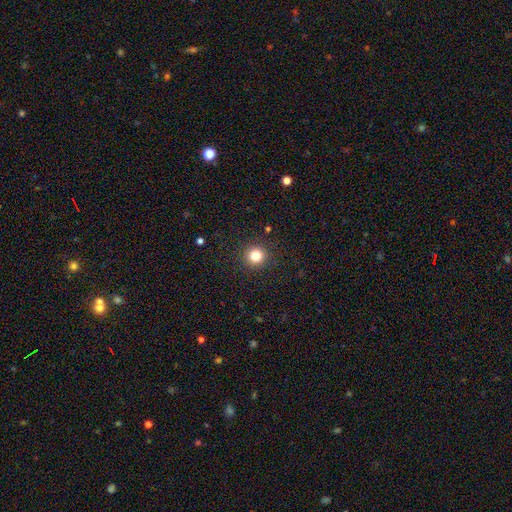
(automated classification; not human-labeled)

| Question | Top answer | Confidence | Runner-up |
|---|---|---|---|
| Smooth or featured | smooth | 82% | star or artifact (13%) |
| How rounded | round | 95% | in between (4%) |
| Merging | none | 92% | minor disturbance (5%) |